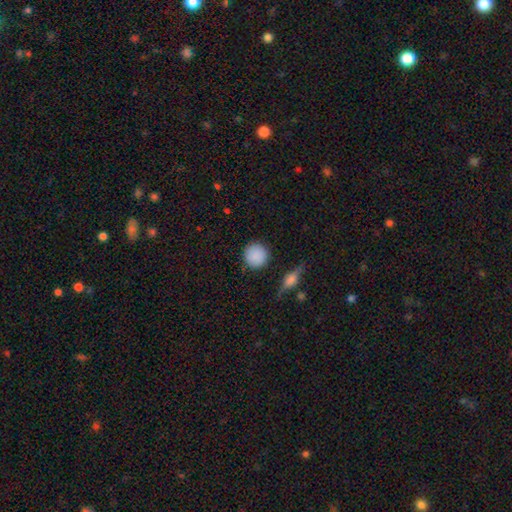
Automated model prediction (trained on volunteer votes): smooth 86%, star or artifact 8%, featured or disk 5%. Down the decision tree: how rounded — round (93%); merging — none (87%).